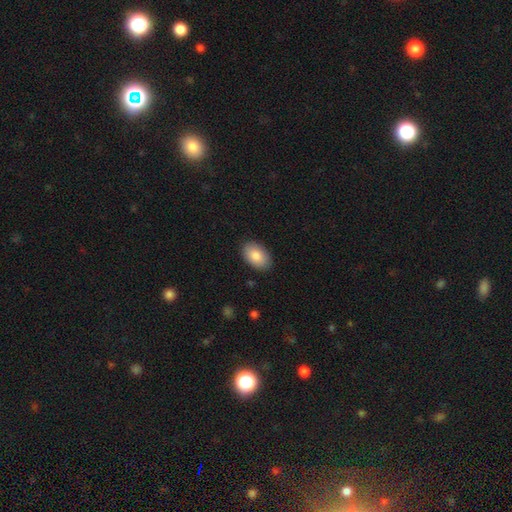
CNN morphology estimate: Smooth or featured: smooth — 86% (featured or disk — 8%)
How rounded: in between — 92% (round — 6%)
Merging: none — 88% (minor disturbance — 9%)